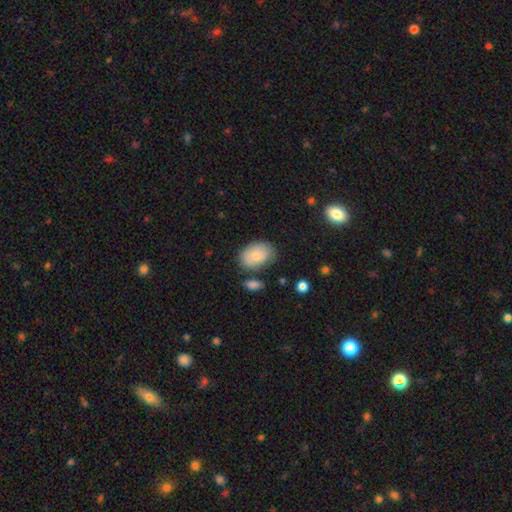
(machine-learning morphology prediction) A smooth galaxy with no disk features (79%) that is in between round and cigar-shaped (86%).

Vote fractions:
- Smooth or featured? smooth: 79% / featured or disk: 14% / star or artifact: 7%
- How rounded? in between: 86% / round: 13% / cigar-shaped: 1%
- Merging? none: 68% / minor disturbance: 19% / merger: 7% / major disturbance: 5%